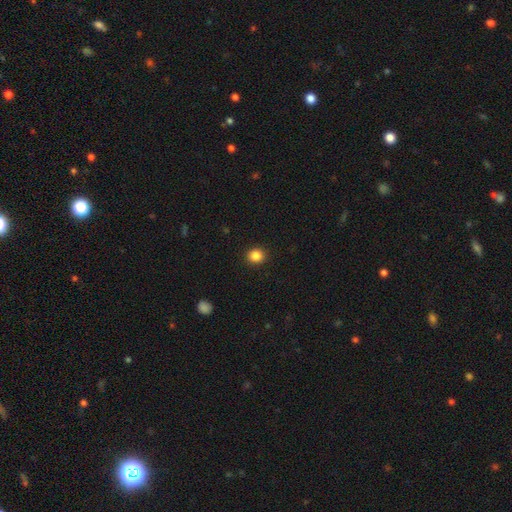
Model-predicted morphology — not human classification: Smooth or featured? Predicted: smooth (p=0.85). How rounded? Predicted: round (p=0.81). Merging? Predicted: none (p=0.92).